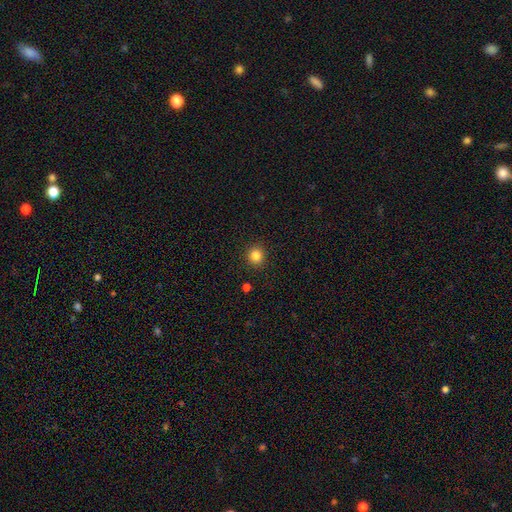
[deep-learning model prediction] Overall: smooth (83%). How rounded: round (91%). Merging: none (91%).